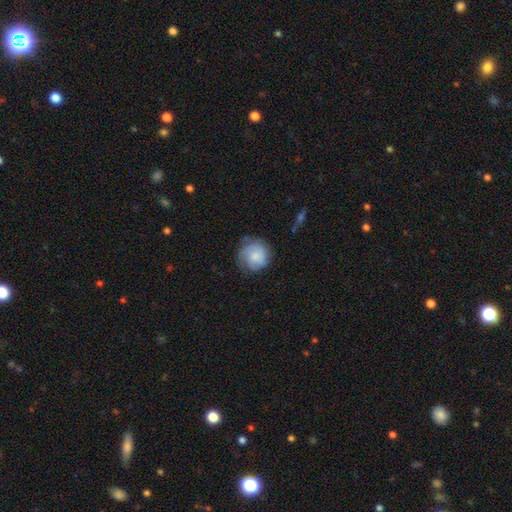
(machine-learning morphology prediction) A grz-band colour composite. It shows a smooth galaxy with no disk features (55%) that is round (90%). Merging: none (67%).